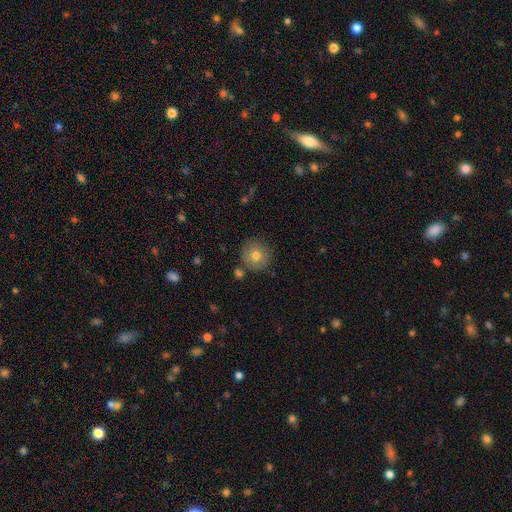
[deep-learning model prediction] This is likely a smooth galaxy (77%). How rounded: clearly round (93%). Merging: clearly none (83%).